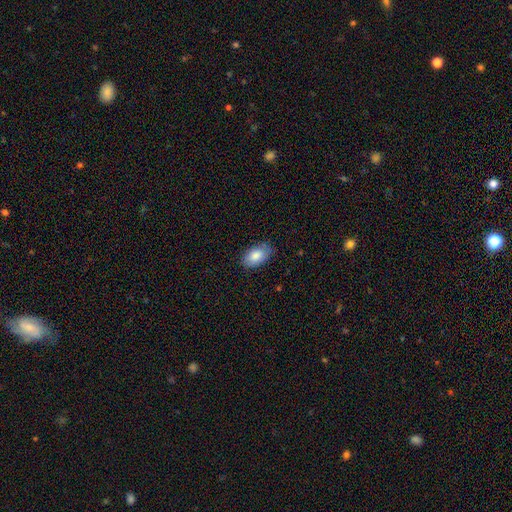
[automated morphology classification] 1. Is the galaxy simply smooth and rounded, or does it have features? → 84% smooth, 9% featured or disk, 6% star or artifact.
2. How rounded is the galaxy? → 93% in between, 5% round, 2% cigar-shaped.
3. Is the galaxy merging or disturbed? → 81% none, 16% minor disturbance, 3% major disturbance, 1% merger.